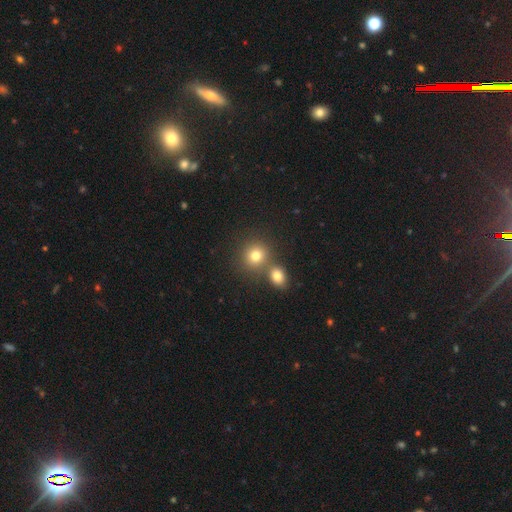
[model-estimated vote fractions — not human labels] Q: Smooth or featured?
A: smooth (78%); runner-up: star or artifact (14%)
Q: How rounded?
A: round (85%); runner-up: in between (14%)
Q: Merging?
A: none (61%); runner-up: merger (29%)